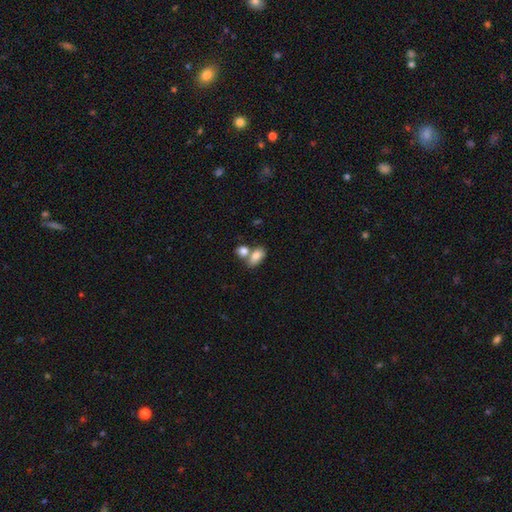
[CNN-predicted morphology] smooth_or_featured: smooth (p=0.82) [alt: featured or disk p=0.11]
how_rounded: in between (p=0.87) [alt: round p=0.11]
merging: merger (p=0.47) [alt: none p=0.39]